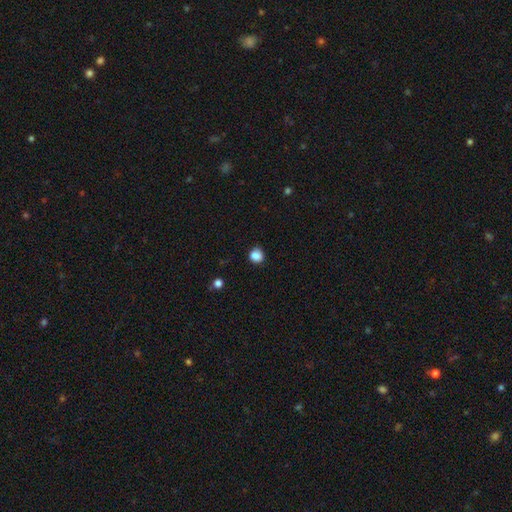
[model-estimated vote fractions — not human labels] Morphology: type=smooth (86%); roundness=round (84%); merging=none (84%).